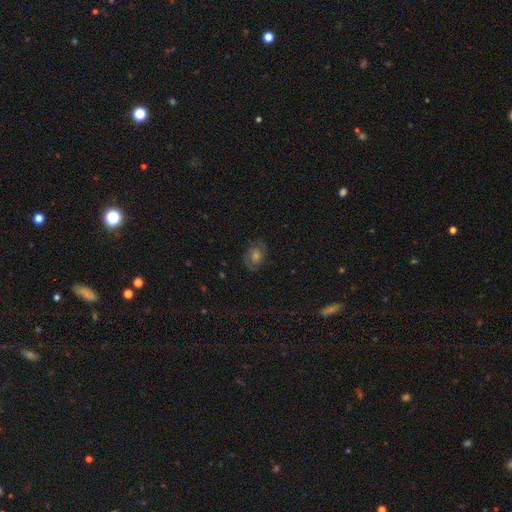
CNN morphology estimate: Smooth or featured: featured or disk — 62% (smooth — 22%)
Edge-on disk: no — 97% (yes — 3%)
Bar: no — 71% (weak — 24%)
Spiral arms: yes — 88% (no — 12%)
Spiral winding: tight — 47% (medium — 41%)
Spiral arm count: 2 — 75% (can't tell — 15%)
Bulge size: moderate — 54% (small — 24%)
Merging: none — 81% (minor disturbance — 12%)